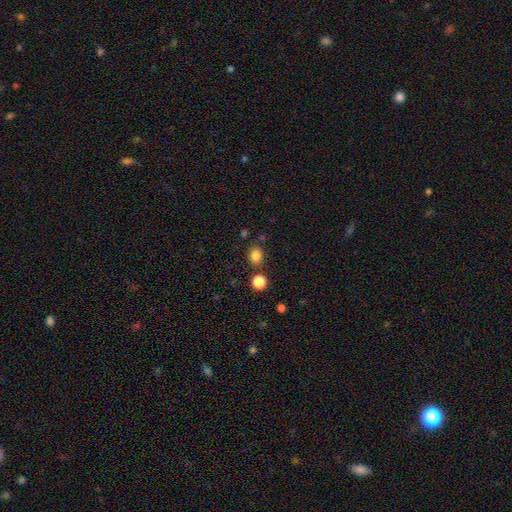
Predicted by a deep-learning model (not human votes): This is clearly a smooth galaxy (83%). How rounded: likely round (65%). Merging: clearly none (80%).